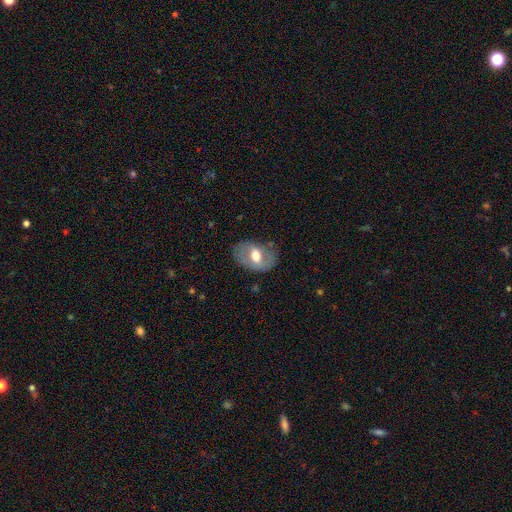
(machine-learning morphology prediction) Smooth or featured?
  - featured or disk: 47% *
  - smooth: 46%
  - star or artifact: 7%
Merging?
  - none: 69% *
  - minor disturbance: 21%
  - major disturbance: 8%
  - merger: 1%